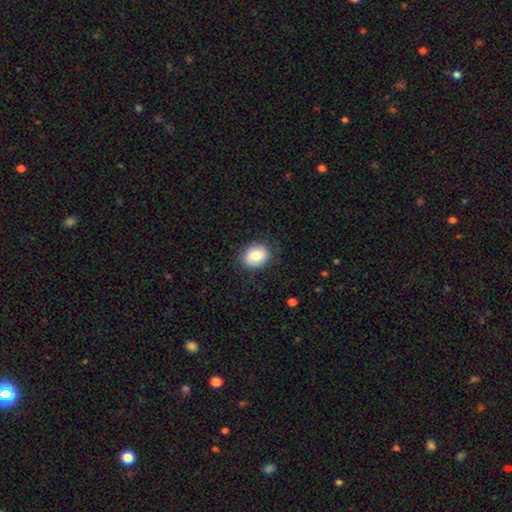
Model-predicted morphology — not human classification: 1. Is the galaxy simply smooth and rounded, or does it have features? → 84% smooth, 9% featured or disk, 7% star or artifact.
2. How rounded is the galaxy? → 58% in between, 41% round, 1% cigar-shaped.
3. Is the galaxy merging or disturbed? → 79% none, 15% minor disturbance, 5% major disturbance, 1% merger.